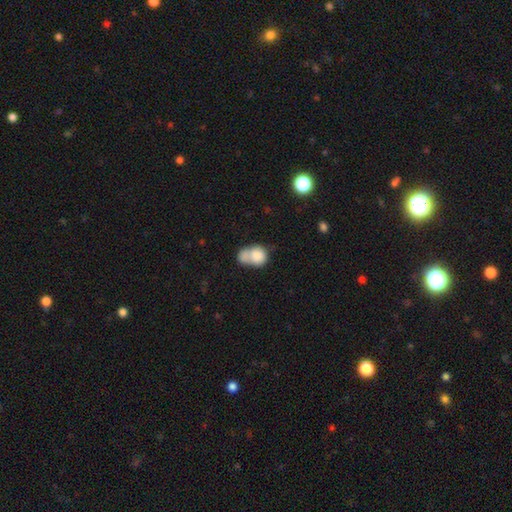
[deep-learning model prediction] Morphology: type=smooth (78%); roundness=round (51%); merging=merger (61%).